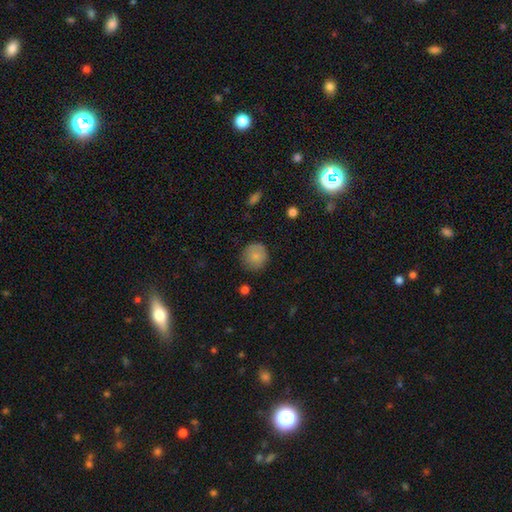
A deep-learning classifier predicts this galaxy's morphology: Smooth or featured? smooth (82%)
How rounded? round (92%)
Merging? none (81%)